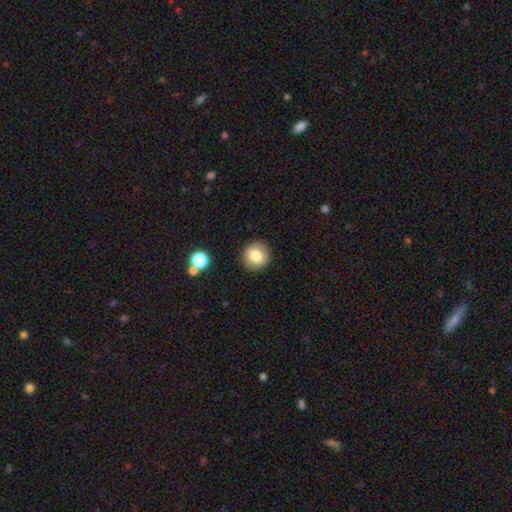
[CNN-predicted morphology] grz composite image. It shows a smooth galaxy with no disk features (80%) that is round (92%). Merging: none (90%).